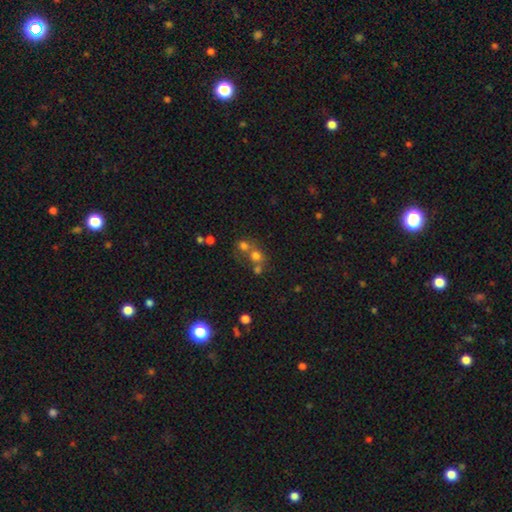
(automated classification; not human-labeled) Smooth or featured: smooth — 66% (star or artifact — 18%)
How rounded: round — 78% (in between — 21%)
Merging: merger — 48% (none — 40%)